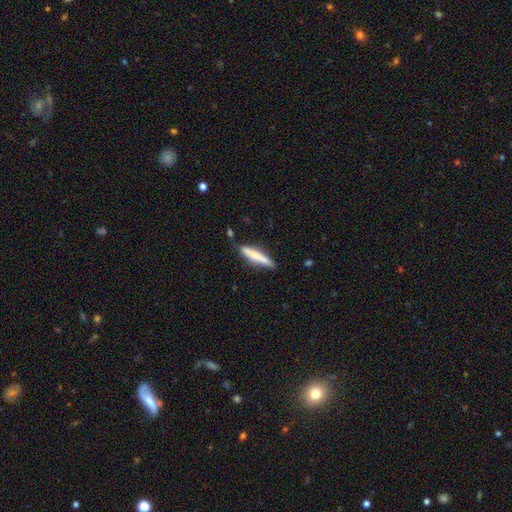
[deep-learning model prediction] This is likely a smooth galaxy (73%). How rounded: clearly cigar-shaped (88%). Merging: likely none (79%).